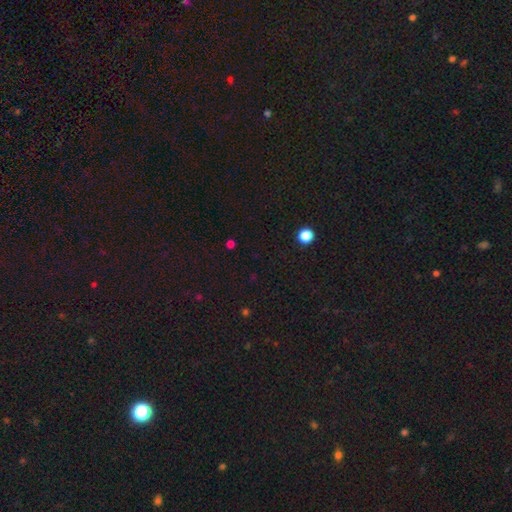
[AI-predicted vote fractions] This appears to be a star or artifact, not a galaxy (52%).